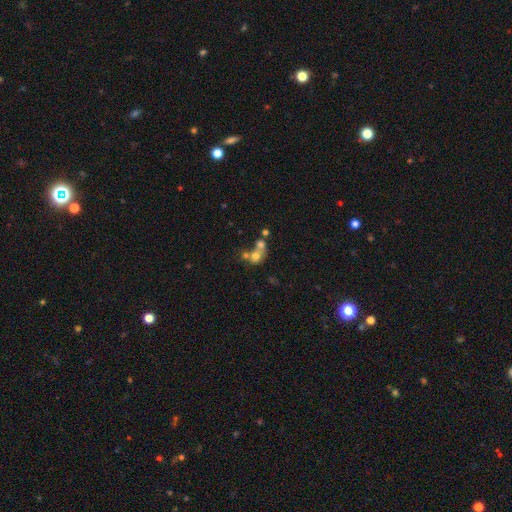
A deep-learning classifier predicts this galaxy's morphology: smooth-or-featured: smooth: 61% | featured or disk: 24% | star or artifact: 15%
  how-rounded: round: 69% | in between: 30% | cigar-shaped: 1%
  merging: merger: 61% | none: 26% | minor disturbance: 7% | major disturbance: 6%